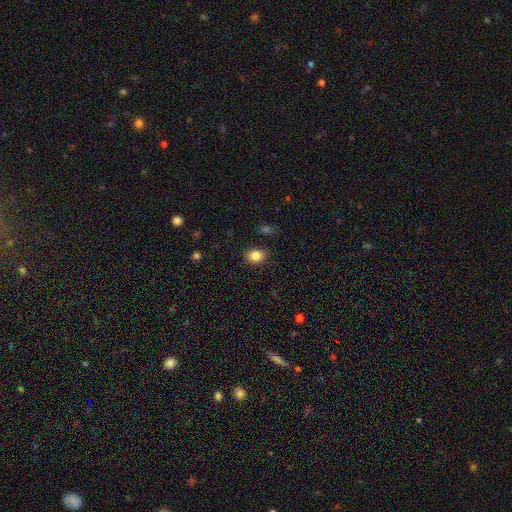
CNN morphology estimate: Overall: smooth (85%). How rounded: in between (56%; round 44%). Merging: none (88%).